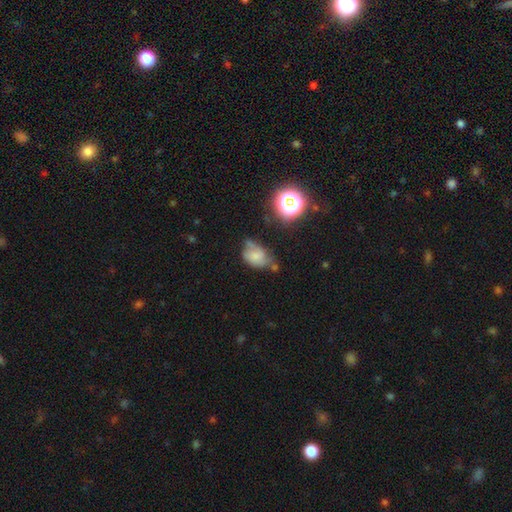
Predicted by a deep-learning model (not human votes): Smooth or featured: smooth — 54% (featured or disk — 32%)
How rounded: in between — 76% (round — 23%)
Merging: minor disturbance — 38% (none — 35%)